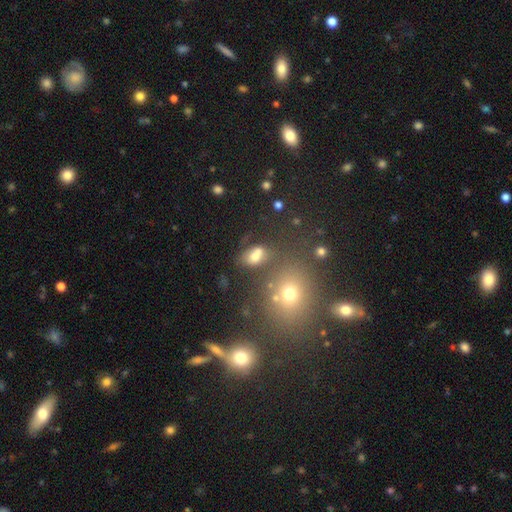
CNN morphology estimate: Smooth or featured? Predicted: smooth (p=0.67). How rounded? Predicted: in between (p=0.82). Merging? Predicted: none (p=0.56).